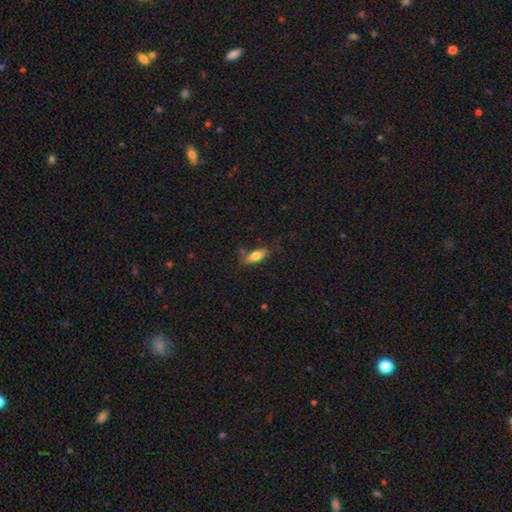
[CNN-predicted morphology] Smooth or featured? smooth (76%)
How rounded? in between (68%)
Merging? none (69%)